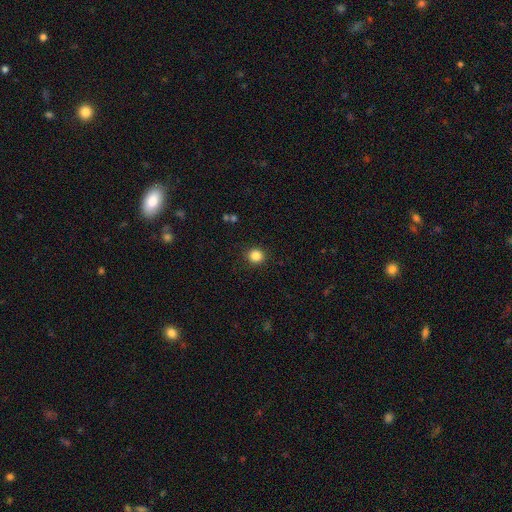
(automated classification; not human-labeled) Smooth or featured? Predicted: smooth (p=0.85). How rounded? Predicted: round (p=0.92). Merging? Predicted: none (p=0.91).